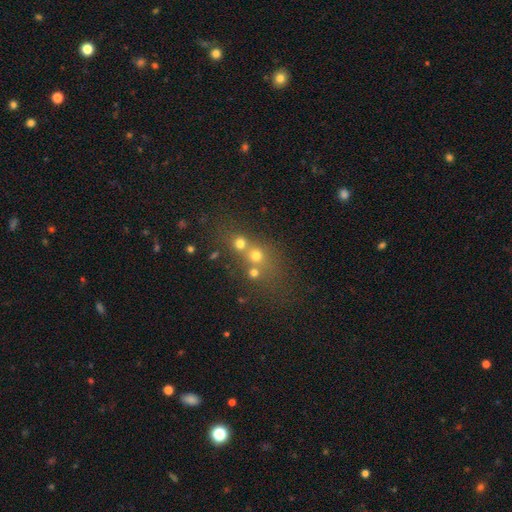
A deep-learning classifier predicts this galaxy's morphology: The model was most divided on "merging": merger: 54%, none: 35%, minor disturbance: 6%, major disturbance: 5%. More confident: how rounded — round (75%); smooth or featured — smooth (54%).